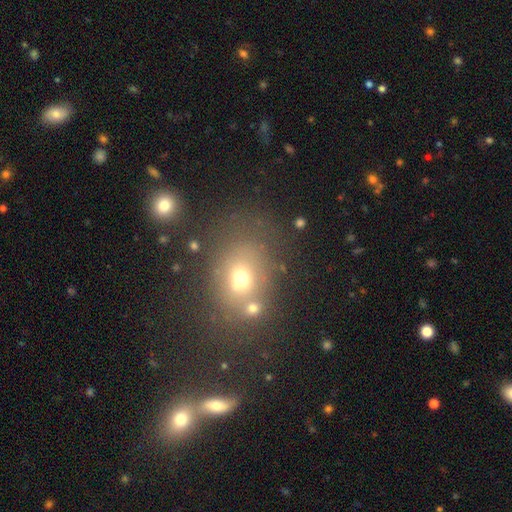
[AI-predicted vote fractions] Smooth or featured: smooth — 57% (star or artifact — 28%)
How rounded: round — 49% (tied with in between — 49%)
Merging: none — 64% (merger — 17%)